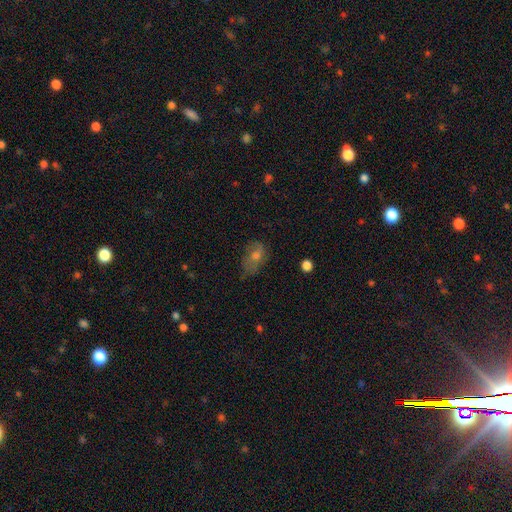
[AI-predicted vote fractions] Smooth or featured? smooth (52%)
How rounded? in between (81%)
Merging? none (60%)